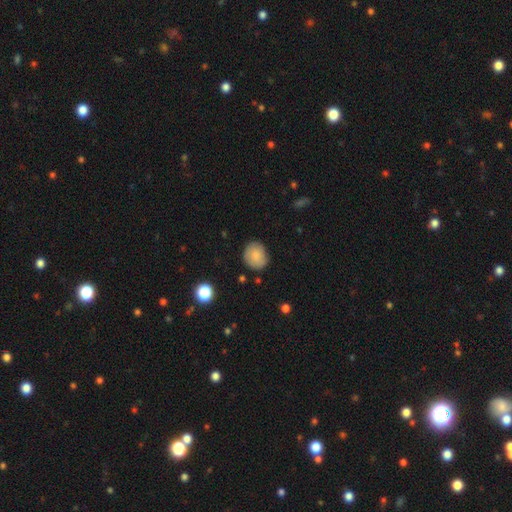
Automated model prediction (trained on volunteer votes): Smooth or featured?
  - smooth: 82% *
  - featured or disk: 11%
  - star or artifact: 8%
How rounded?
  - round: 74% *
  - in between: 25%
  - cigar-shaped: 1%
Merging?
  - none: 81% *
  - minor disturbance: 15%
  - major disturbance: 3%
  - merger: 1%